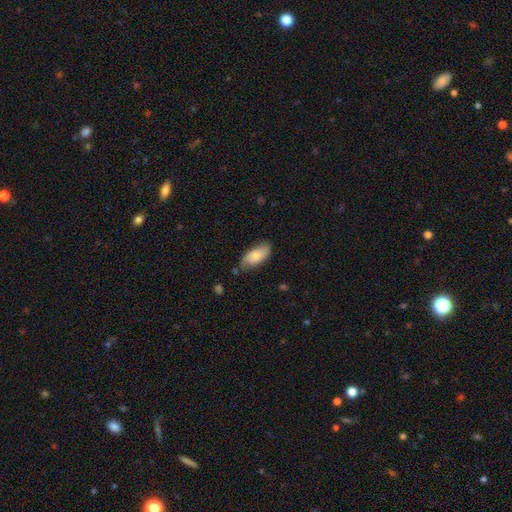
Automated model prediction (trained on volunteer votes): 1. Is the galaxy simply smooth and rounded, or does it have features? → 75% smooth, 19% featured or disk, 6% star or artifact.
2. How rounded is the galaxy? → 88% in between, 9% cigar-shaped, 2% round.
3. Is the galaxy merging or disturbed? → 70% none, 24% minor disturbance, 4% major disturbance, 2% merger.